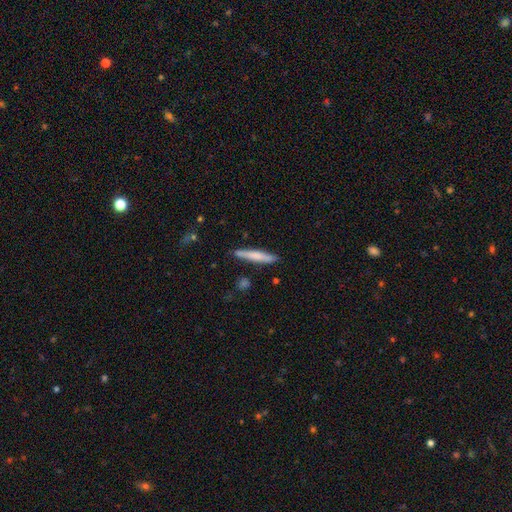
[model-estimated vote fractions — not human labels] A smooth galaxy with no disk features (65%) that is cigar-shaped (94%). Merging: none (85%).